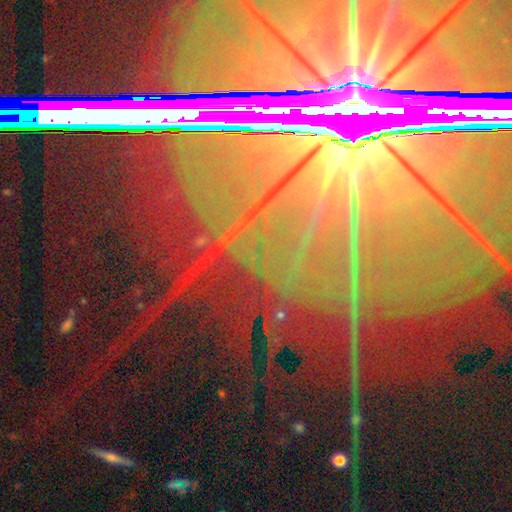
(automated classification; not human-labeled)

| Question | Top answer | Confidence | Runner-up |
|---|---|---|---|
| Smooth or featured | star or artifact | 87% | featured or disk (9%) |